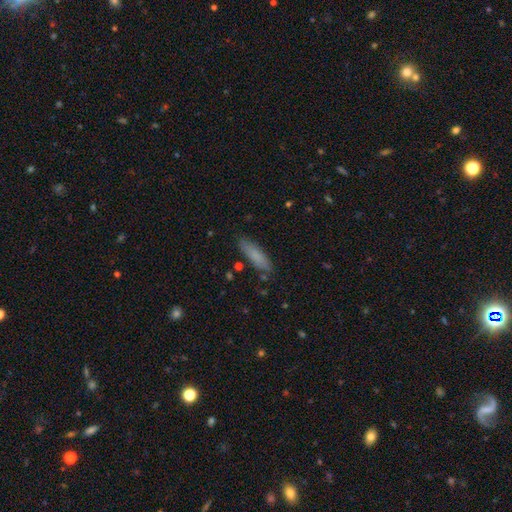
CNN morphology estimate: smooth-or-featured: smooth: 80% | featured or disk: 13% | star or artifact: 7%
  how-rounded: cigar-shaped: 66% | in between: 33% | round: 2%
  merging: none: 84% | minor disturbance: 12% | major disturbance: 2% | merger: 2%